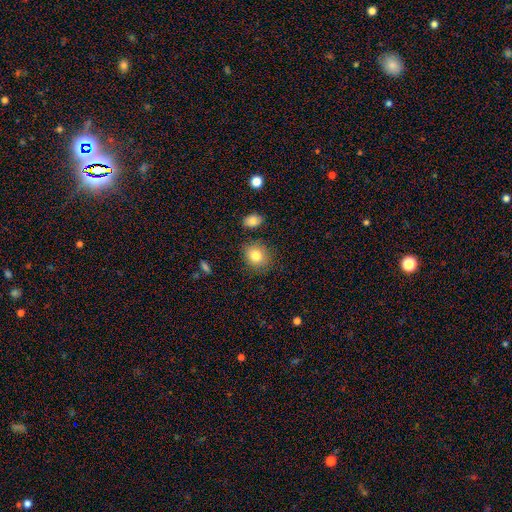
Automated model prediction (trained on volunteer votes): smooth_or_featured: smooth (p=0.82) [alt: star or artifact p=0.09]
how_rounded: round (p=0.72) [alt: in between p=0.27]
merging: none (p=0.81) [alt: minor disturbance p=0.12]